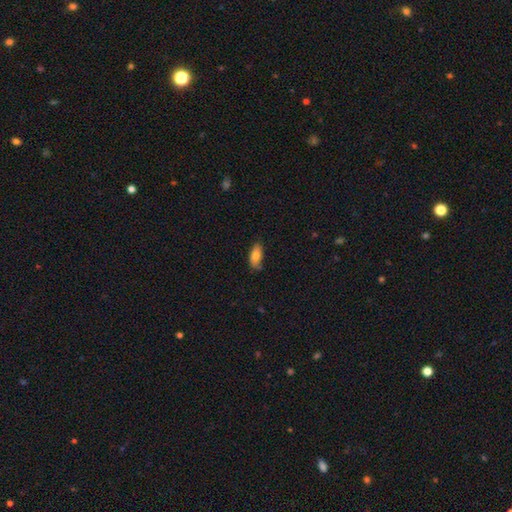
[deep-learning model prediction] Morphology: type=smooth (78%); roundness=in between (87%); merging=none (75%).